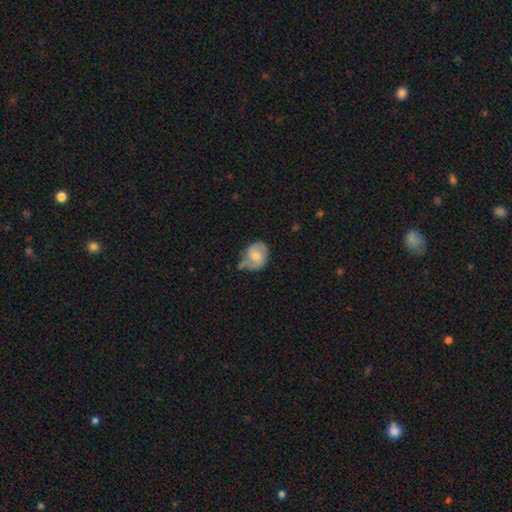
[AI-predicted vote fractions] smooth-or-featured: featured or disk: 48% | smooth: 45% | star or artifact: 7%
  merging: none: 50% | minor disturbance: 34% | major disturbance: 10% | merger: 6%